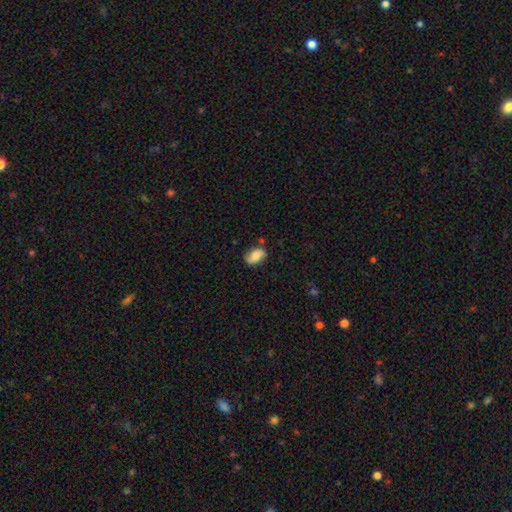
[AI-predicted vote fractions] This appears to be a smooth galaxy with no disk features (65%) that is in between round and cigar-shaped (83%). Merging: none (72%).